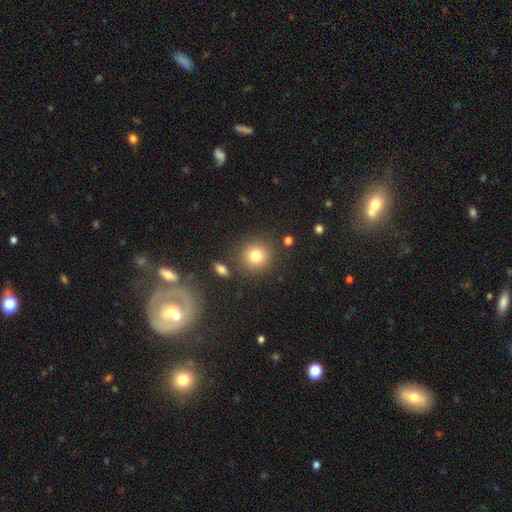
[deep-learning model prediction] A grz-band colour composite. It shows a smooth galaxy with no disk features (79%) that is round (91%). Merging: none (85%).